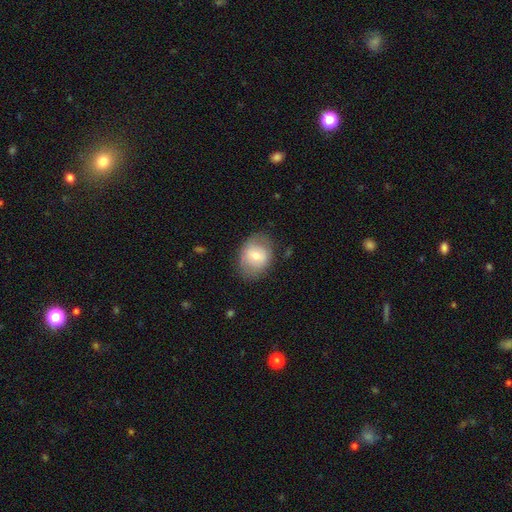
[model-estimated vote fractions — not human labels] smooth_or_featured: smooth (p=0.66) [alt: featured or disk p=0.27]
how_rounded: in between (p=0.61) [alt: round p=0.38]
merging: none (p=0.73) [alt: minor disturbance p=0.19]